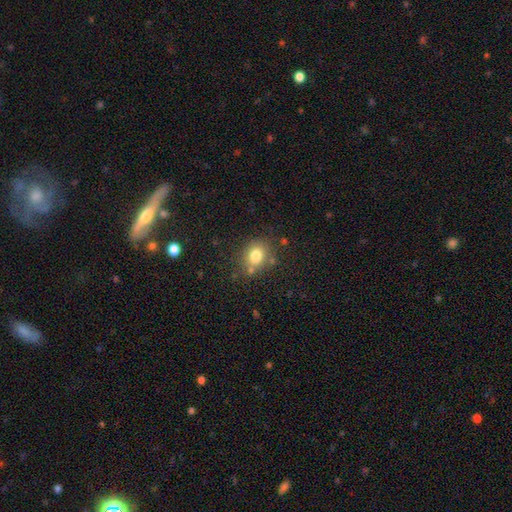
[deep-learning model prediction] smooth-or-featured: smooth: 78% | star or artifact: 12% | featured or disk: 10%
  how-rounded: round: 61% | in between: 38% | cigar-shaped: 1%
  merging: none: 71% | minor disturbance: 15% | merger: 10% | major disturbance: 5%